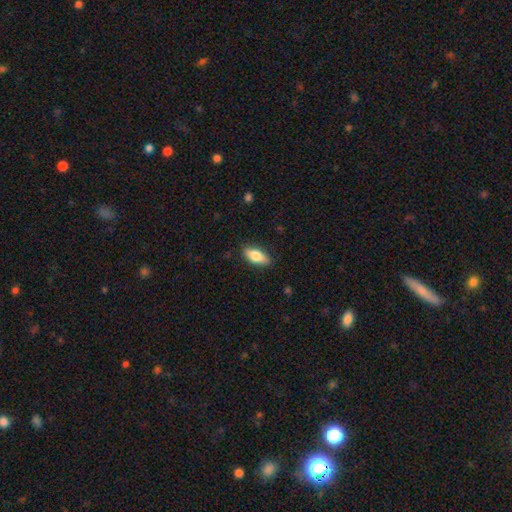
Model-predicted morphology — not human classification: This is likely a smooth galaxy (78%). How rounded: clearly in between (82%). Merging: clearly none (86%).